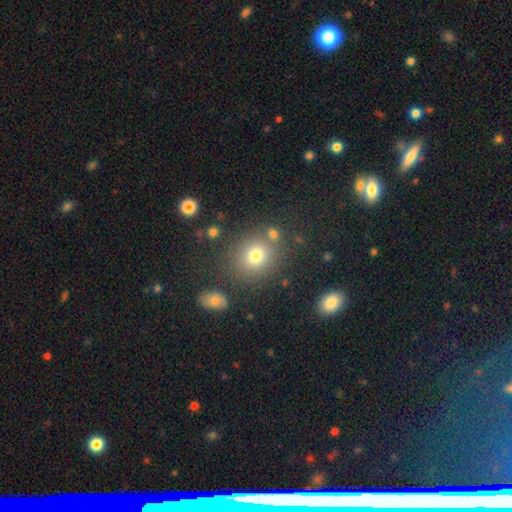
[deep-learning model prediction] A smooth galaxy with no disk features (75%) that is round (78%). Merging: none (76%).